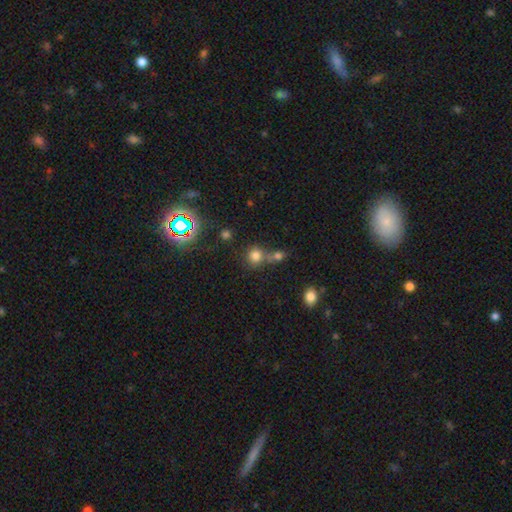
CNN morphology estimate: smooth_or_featured: smooth (p=0.74) [alt: star or artifact p=0.18]
how_rounded: round (p=0.87) [alt: in between p=0.12]
merging: none (p=0.52) [alt: merger p=0.35]